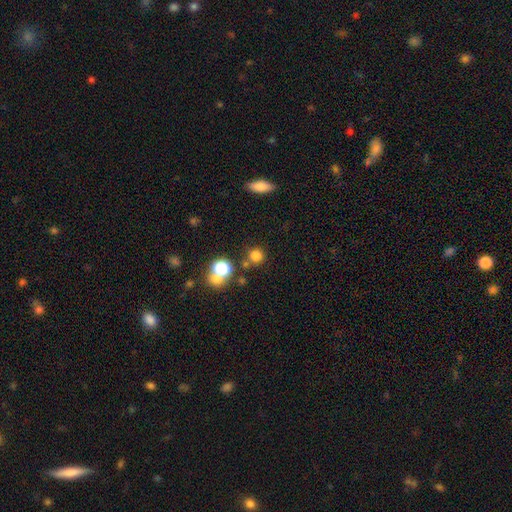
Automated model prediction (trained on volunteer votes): Smooth or featured? smooth (78%)
How rounded? round (89%)
Merging? none (70%)